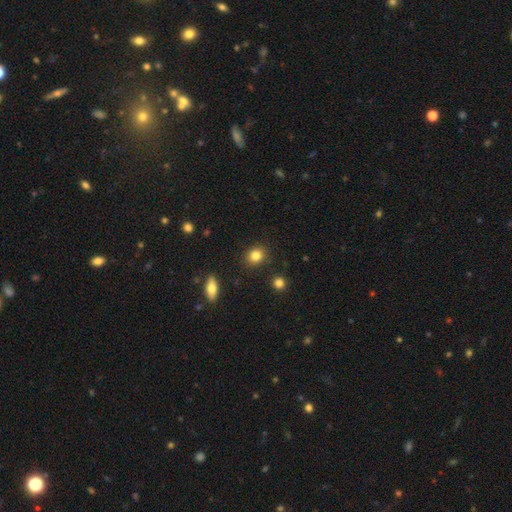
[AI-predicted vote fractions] The model was most divided on "how rounded": round: 67%, in between: 32%, cigar-shaped: 1%. More confident: merging — none (88%); smooth or featured — smooth (84%).